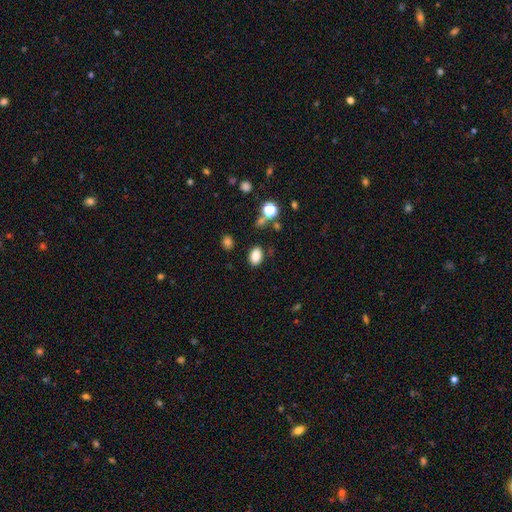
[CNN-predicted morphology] Smooth or featured? smooth (84%)
How rounded? in between (81%)
Merging? none (84%)